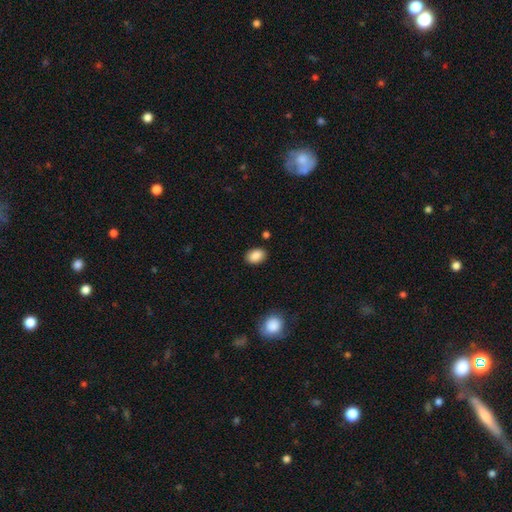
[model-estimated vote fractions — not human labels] Smooth or featured? Predicted: smooth (p=0.88). How rounded? Predicted: in between (p=0.79). Merging? Predicted: none (p=0.87).